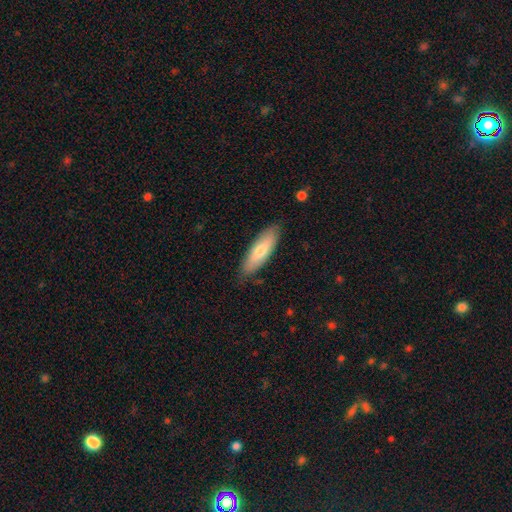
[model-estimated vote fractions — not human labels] smooth 63%, featured or disk 29%, star or artifact 8%. Down the decision tree: how rounded — cigar-shaped (59%); merging — none (87%).